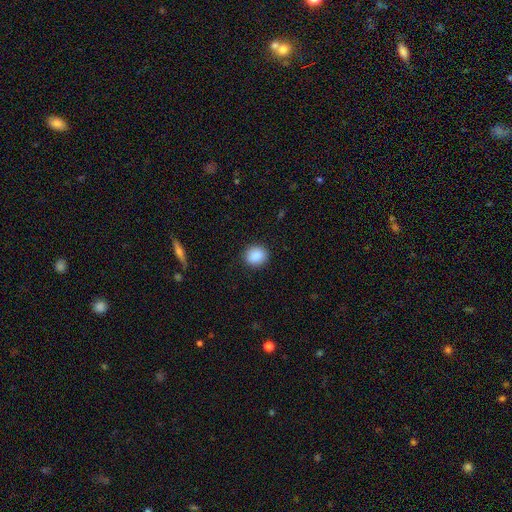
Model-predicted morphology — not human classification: Smooth or featured: smooth — 89% (star or artifact — 8%)
How rounded: round — 78% (in between — 20%)
Merging: none — 90% (minor disturbance — 7%)